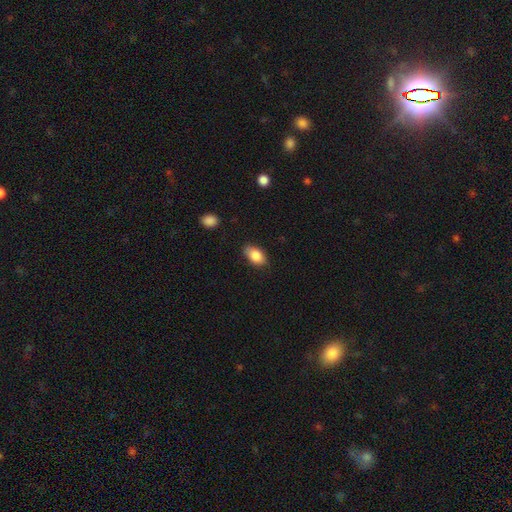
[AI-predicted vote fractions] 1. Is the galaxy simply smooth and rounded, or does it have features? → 85% smooth, 8% star or artifact, 7% featured or disk.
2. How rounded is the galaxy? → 90% in between, 8% round, 2% cigar-shaped.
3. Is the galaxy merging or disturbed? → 80% none, 16% minor disturbance, 3% major disturbance, 1% merger.